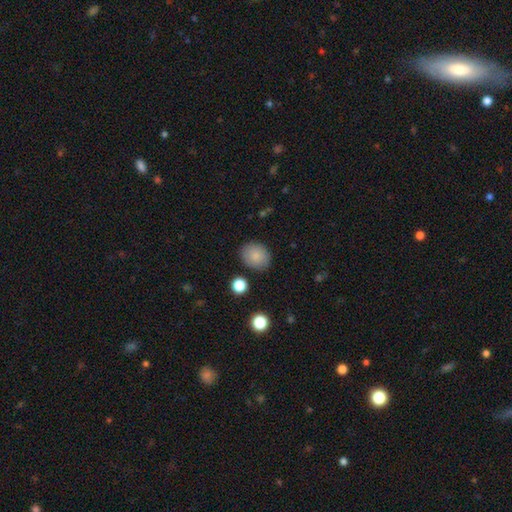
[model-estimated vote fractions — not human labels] Smooth or featured? Predicted: smooth (p=0.85). How rounded? Predicted: round (p=0.50). Merging? Predicted: none (p=0.86).